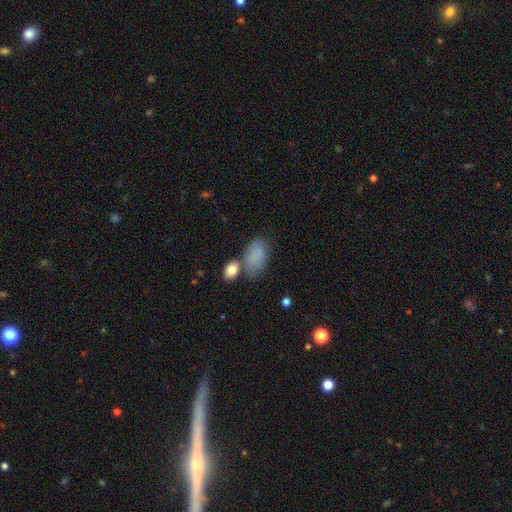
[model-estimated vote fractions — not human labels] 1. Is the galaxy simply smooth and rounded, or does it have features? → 81% smooth, 11% featured or disk, 9% star or artifact.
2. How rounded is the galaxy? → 91% in between, 7% round, 2% cigar-shaped.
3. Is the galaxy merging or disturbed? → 53% none, 23% minor disturbance, 16% merger, 8% major disturbance.